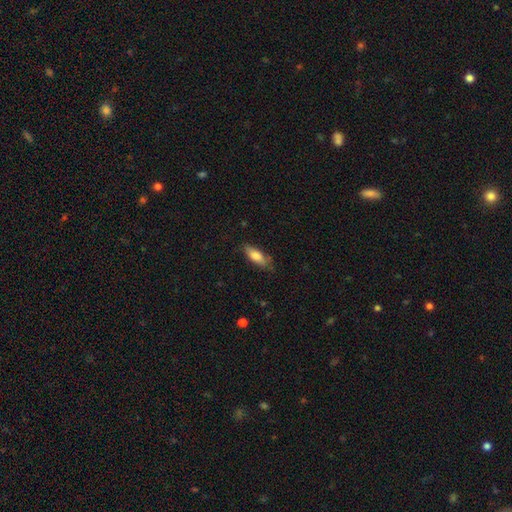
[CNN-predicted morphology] Smooth or featured? smooth (79%)
How rounded? in between (68%)
Merging? none (74%)